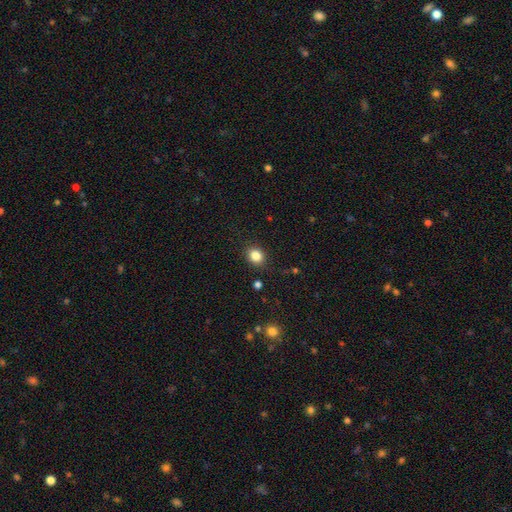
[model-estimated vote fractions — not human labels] smooth_or_featured: smooth (p=0.84) [alt: star or artifact p=0.11]
how_rounded: round (p=0.65) [alt: in between p=0.34]
merging: none (p=0.88) [alt: minor disturbance p=0.08]